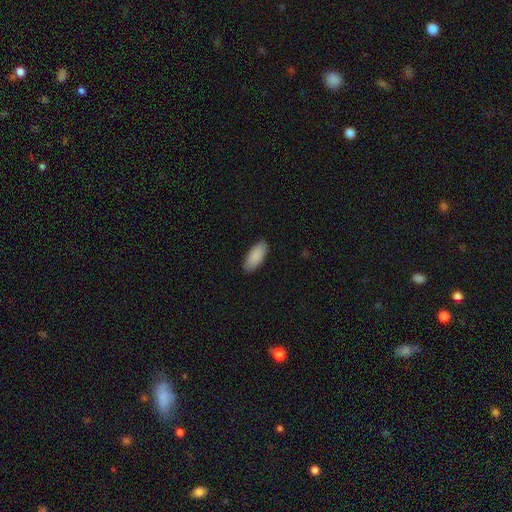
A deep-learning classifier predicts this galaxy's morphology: Smooth or featured? Predicted: smooth (p=0.90). How rounded? Predicted: in between (p=0.87). Merging? Predicted: none (p=0.88).